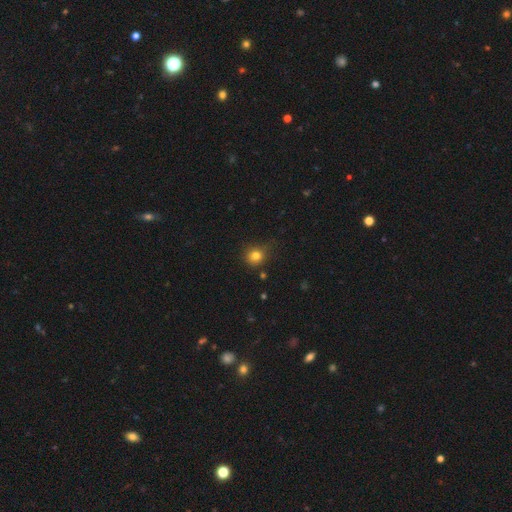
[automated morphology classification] Overall: smooth (79%). How rounded: round (86%). Merging: none (76%).